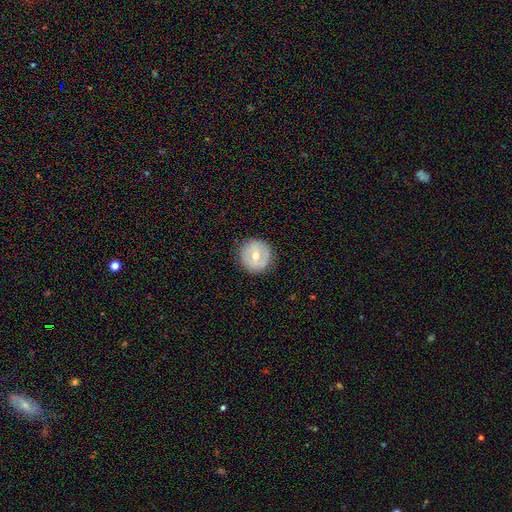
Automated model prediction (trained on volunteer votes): Smooth or featured?
  - smooth: 56% *
  - featured or disk: 37%
  - star or artifact: 7%
How rounded?
  - round: 95% *
  - in between: 4%
  - cigar-shaped: 1%
Merging?
  - none: 89% *
  - minor disturbance: 8%
  - major disturbance: 2%
  - merger: 1%